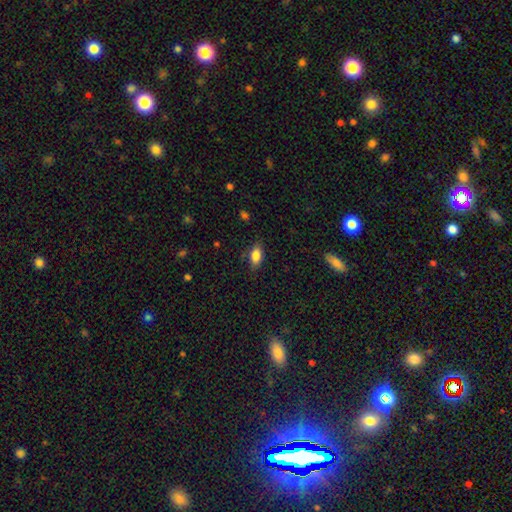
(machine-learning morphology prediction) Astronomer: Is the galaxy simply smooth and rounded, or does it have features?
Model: smooth — 84%.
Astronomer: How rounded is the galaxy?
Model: in between — 88%.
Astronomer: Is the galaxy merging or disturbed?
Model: none — 83%.